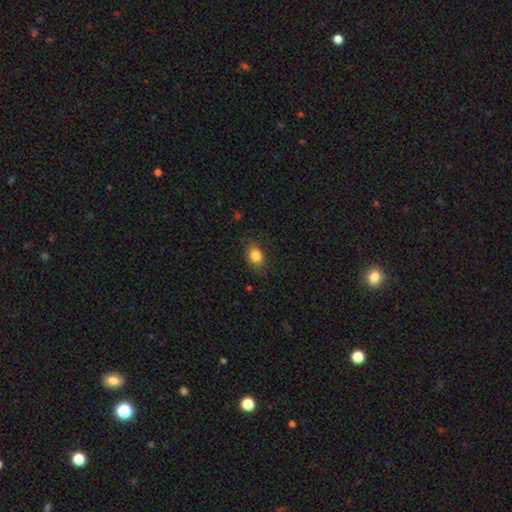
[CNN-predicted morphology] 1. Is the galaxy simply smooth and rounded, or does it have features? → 83% smooth, 10% star or artifact, 7% featured or disk.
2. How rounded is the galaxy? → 66% in between, 32% round, 2% cigar-shaped.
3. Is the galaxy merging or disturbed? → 80% none, 15% minor disturbance, 4% major disturbance, 1% merger.